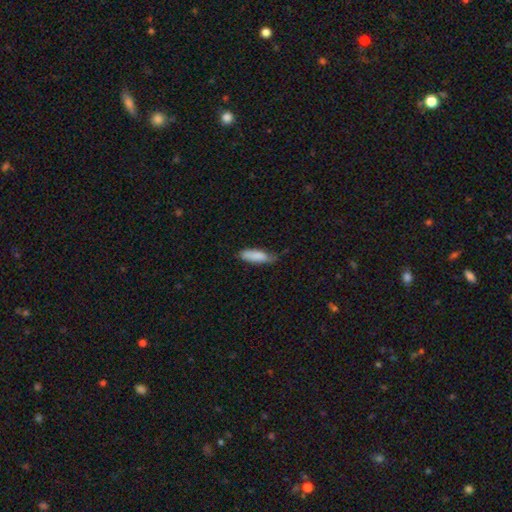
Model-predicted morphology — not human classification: Smooth or featured? smooth (85%)
How rounded? in between (52%)
Merging? none (52%)